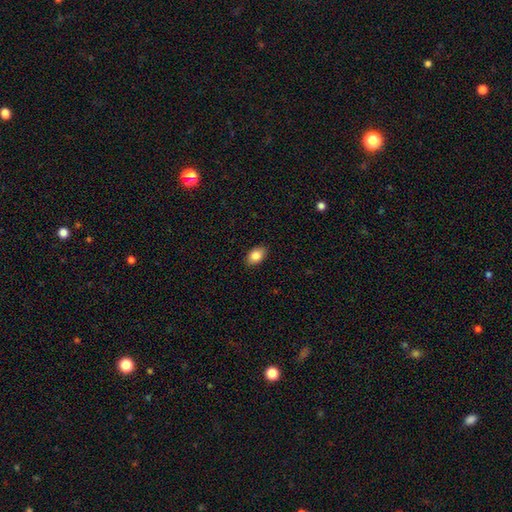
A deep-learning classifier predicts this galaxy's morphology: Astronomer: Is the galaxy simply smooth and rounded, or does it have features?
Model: smooth — 85%.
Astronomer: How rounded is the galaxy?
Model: in between — 88%.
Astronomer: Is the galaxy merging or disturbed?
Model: none — 88%.